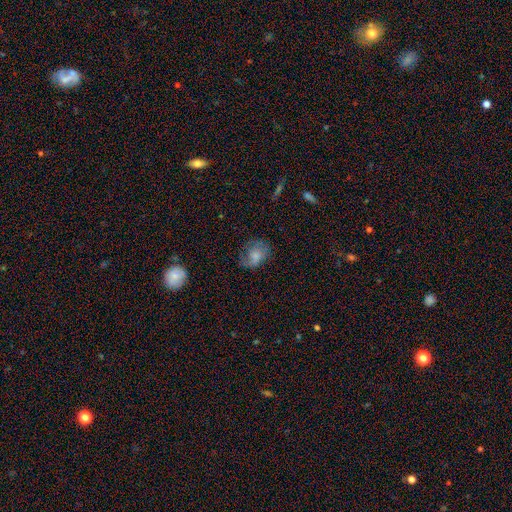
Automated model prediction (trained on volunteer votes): Smooth or featured? smooth (64%)
How rounded? in between (59%)
Merging? none (53%)